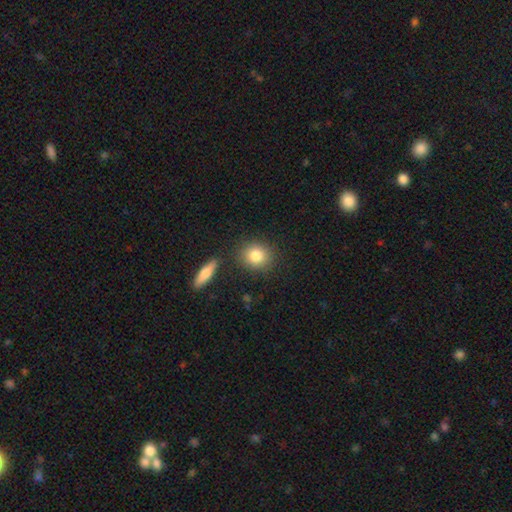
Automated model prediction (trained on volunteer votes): Smooth or featured: smooth — 84% (star or artifact — 8%)
How rounded: round — 76% (in between — 22%)
Merging: none — 82% (minor disturbance — 9%)